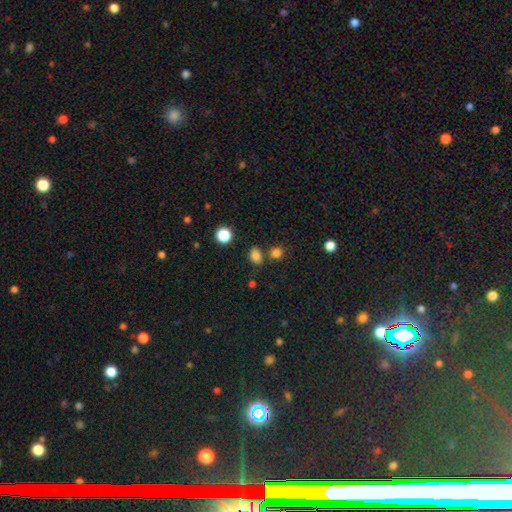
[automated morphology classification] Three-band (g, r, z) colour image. It shows a smooth galaxy with no disk features (80%) that is in between round and cigar-shaped (63%). Merging: none (73%).